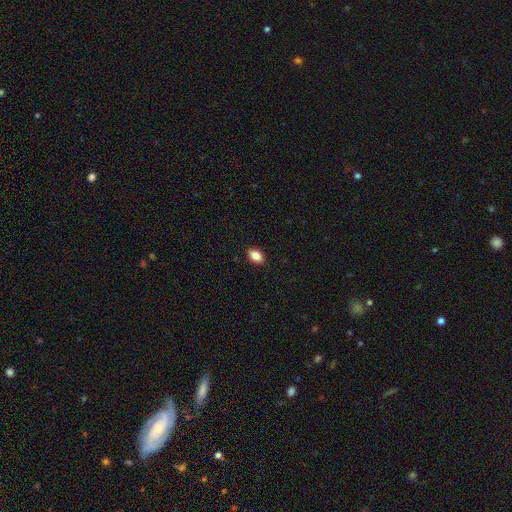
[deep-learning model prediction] smooth-or-featured: smooth: 87% | star or artifact: 8% | featured or disk: 5%
  how-rounded: in between: 87% | round: 11% | cigar-shaped: 2%
  merging: none: 89% | minor disturbance: 8% | major disturbance: 2% | merger: 1%